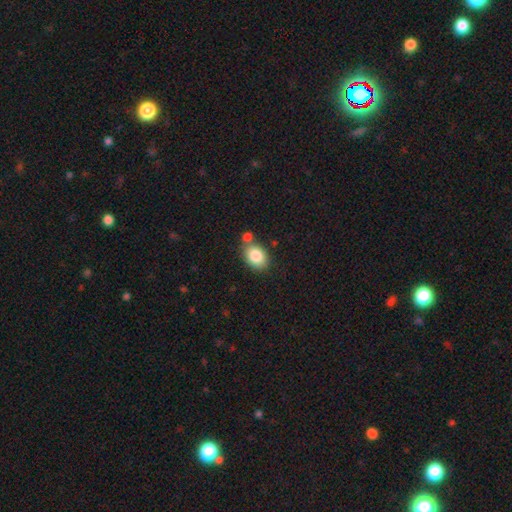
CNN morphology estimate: smooth_or_featured: smooth (p=0.85) [alt: star or artifact p=0.08]
how_rounded: in between (p=0.78) [alt: round p=0.21]
merging: none (p=0.65) [alt: merger p=0.18]